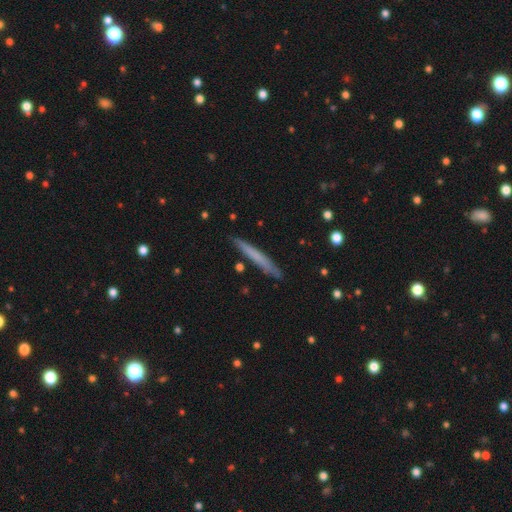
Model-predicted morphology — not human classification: Smooth or featured?
  - smooth: 64% *
  - featured or disk: 30%
  - star or artifact: 6%
How rounded?
  - cigar-shaped: 97% *
  - in between: 2%
  - round: 1%
Merging?
  - none: 88% *
  - minor disturbance: 9%
  - merger: 2%
  - major disturbance: 2%